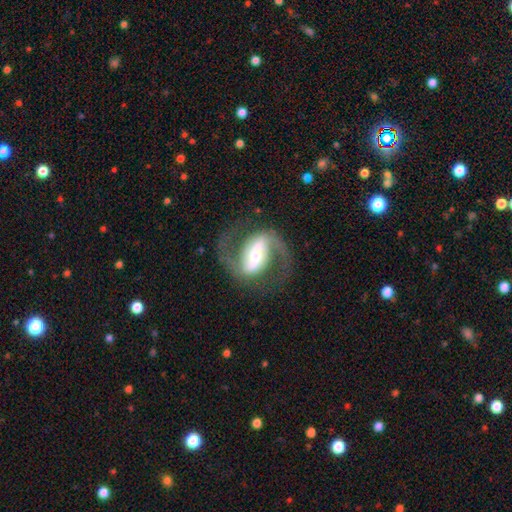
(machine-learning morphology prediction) This is clearly a featured or disk galaxy (90%). It is clearly not viewed edge-on (97%). Bar: likely strong (65%). Spiral arm pattern: clearly yes (96%). Spiral arm count: clearly 2 (93%). Spiral winding: possibly medium (54%). Central bulge: possibly moderate (48%). Merging: likely none (77%).